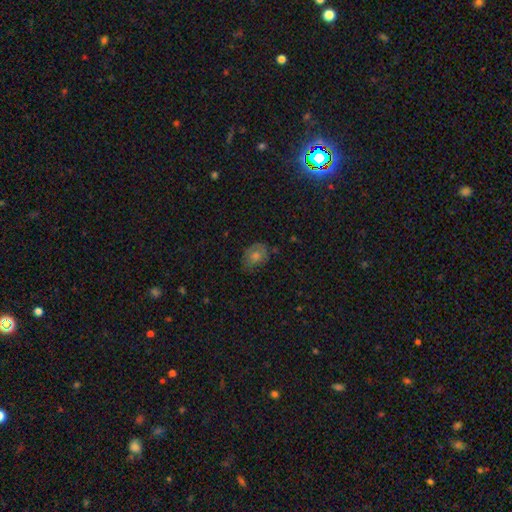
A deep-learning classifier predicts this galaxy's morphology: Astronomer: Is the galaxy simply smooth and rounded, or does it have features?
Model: smooth — 51%.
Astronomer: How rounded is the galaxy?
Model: in between — 61% (runner-up: round, 38%).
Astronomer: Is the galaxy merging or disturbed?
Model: none — 73%.